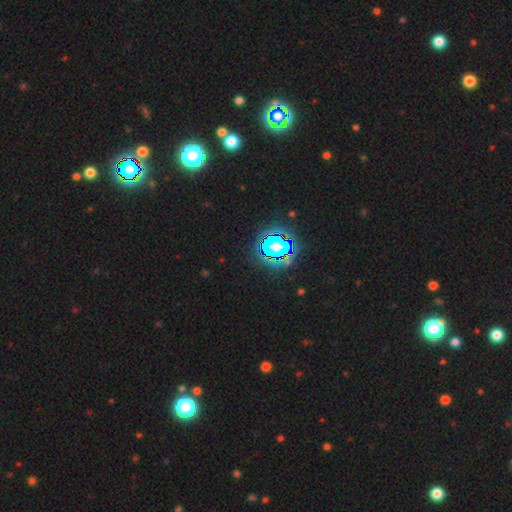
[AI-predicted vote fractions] A star or artifact, not a galaxy (82%).